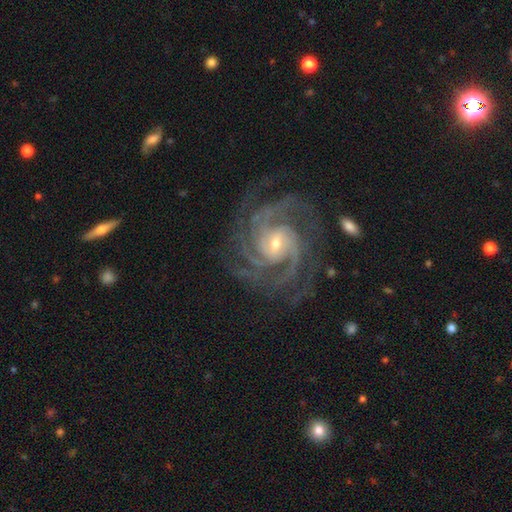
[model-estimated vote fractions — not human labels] A featured or disk galaxy (92%) with no bar (52%), 3 (28%) tight (68%) spiral arms (99%) and a small central bulge (62%). Merging: none (80%).